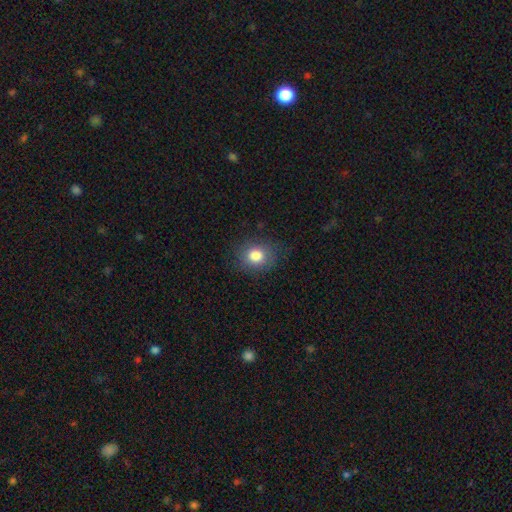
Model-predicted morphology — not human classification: A smooth galaxy with no disk features (82%) that is round (67%). Merging: none (81%).